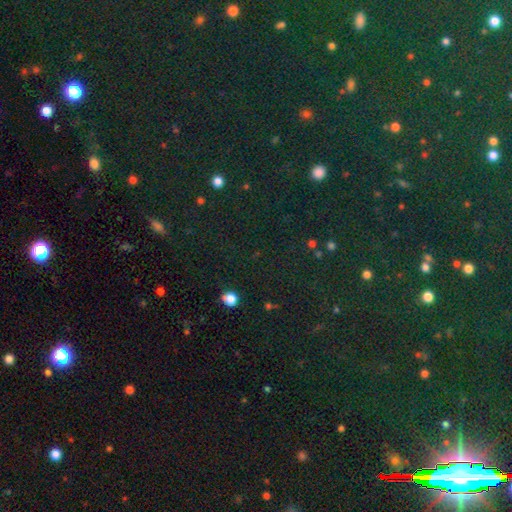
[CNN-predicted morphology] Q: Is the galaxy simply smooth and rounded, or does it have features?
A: star or artifact — 77%.